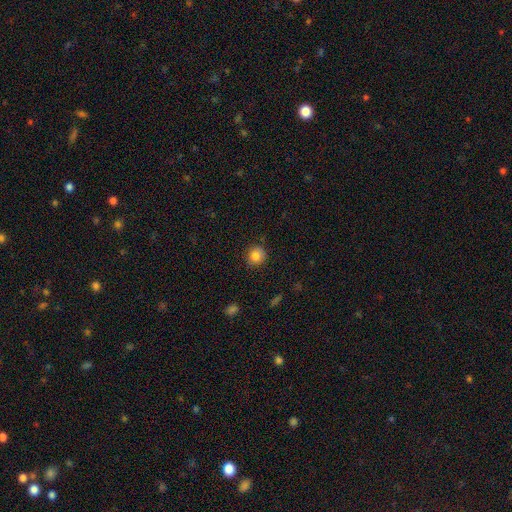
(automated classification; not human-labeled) Smooth or featured: smooth — 84% (star or artifact — 10%)
How rounded: round — 89% (in between — 10%)
Merging: none — 85% (minor disturbance — 11%)